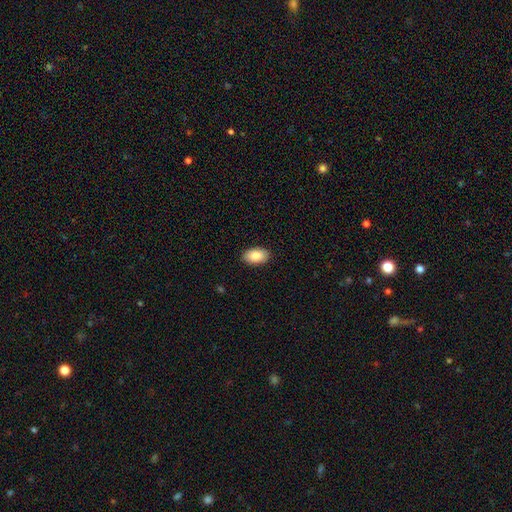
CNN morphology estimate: Smooth or featured: smooth — 88% (star or artifact — 6%)
How rounded: in between — 94% (round — 5%)
Merging: none — 89% (minor disturbance — 8%)